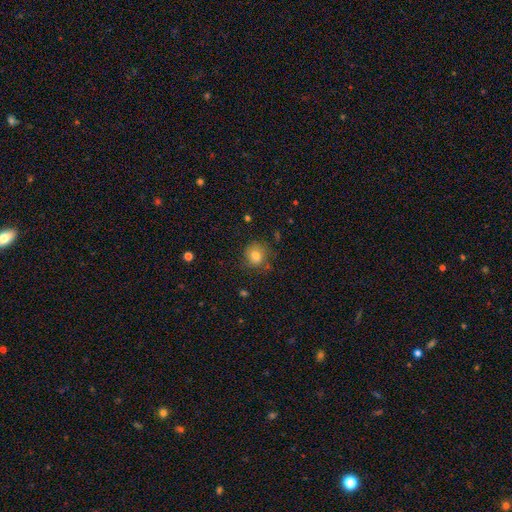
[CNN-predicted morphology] This is likely a smooth galaxy (78%). How rounded: clearly round (87%). Merging: likely none (74%).